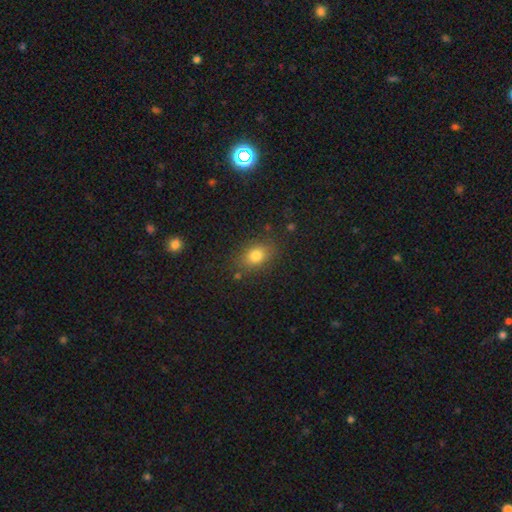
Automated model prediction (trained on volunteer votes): smooth-or-featured: smooth: 79% | star or artifact: 12% | featured or disk: 9%
  how-rounded: in between: 69% | round: 29% | cigar-shaped: 2%
  merging: none: 80% | minor disturbance: 13% | major disturbance: 4% | merger: 2%